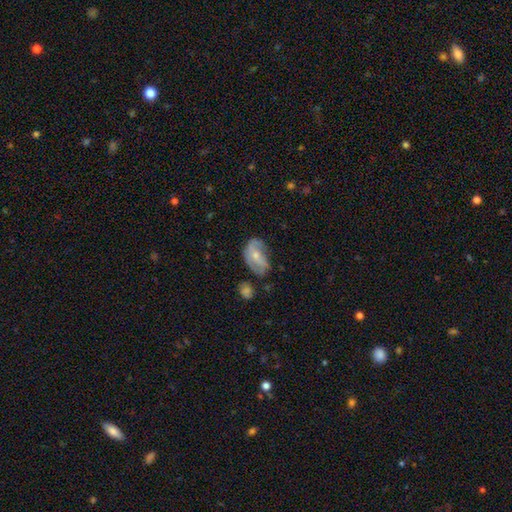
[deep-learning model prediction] Smooth or featured? Predicted: featured or disk (p=0.55). Edge-on disk? Predicted: no (p=0.94). Bar? Predicted: no (p=0.48). Spiral arms? Predicted: yes (p=0.63). Bulge size? Predicted: small (p=0.53). Merging? Predicted: none (p=0.41).